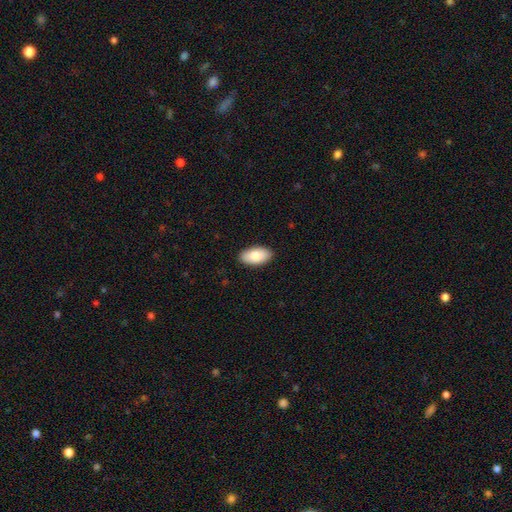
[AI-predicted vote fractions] Morphology: type=smooth (85%); roundness=in between (96%); merging=none (89%).